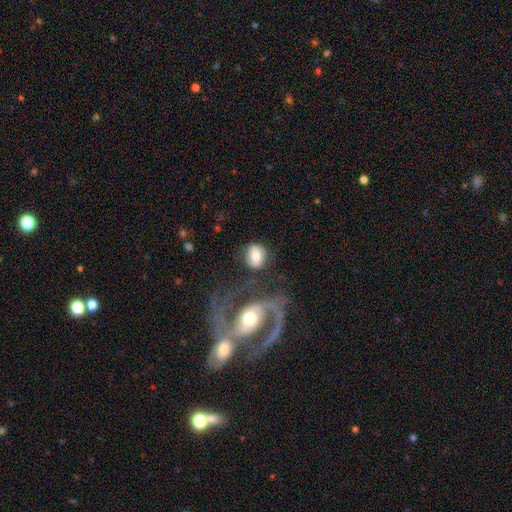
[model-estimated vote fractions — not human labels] Morphology: type=smooth (63%); roundness=in between (49%, tied with round); merging=none (61%).